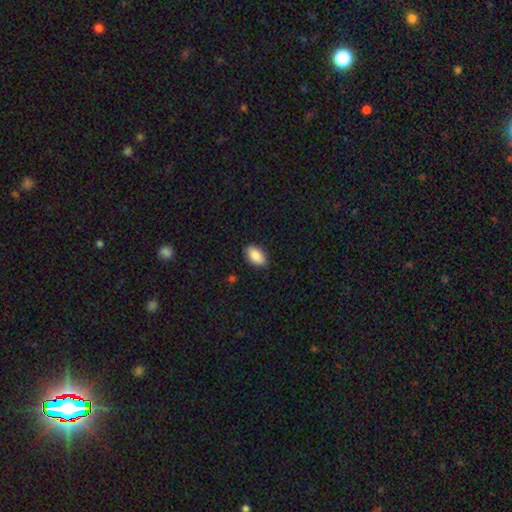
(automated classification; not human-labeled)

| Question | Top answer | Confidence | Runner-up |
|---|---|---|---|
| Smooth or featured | smooth | 89% | star or artifact (7%) |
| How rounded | in between | 93% | round (4%) |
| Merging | none | 87% | minor disturbance (10%) |